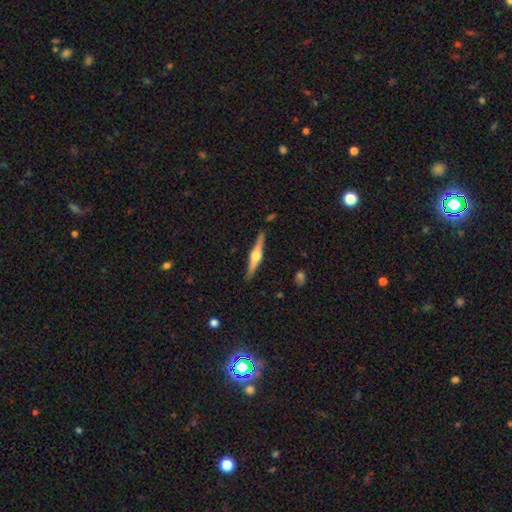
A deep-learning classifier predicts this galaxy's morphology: A featured or disk galaxy (74%) viewed edge-on (98%) with a rounded central bulge (93%).

Vote fractions:
- Smooth or featured? featured or disk: 74% / smooth: 20% / star or artifact: 5%
- Edge-on disk? yes: 98% / no: 2%
- Edge-on bulge? rounded: 93% / boxy: 4% / none: 2%
- Merging? none: 89% / minor disturbance: 8% / major disturbance: 2% / merger: 1%